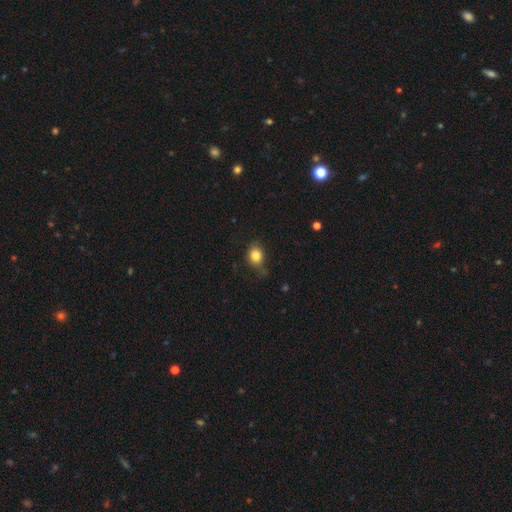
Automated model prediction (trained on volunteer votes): The model was most divided on "merging": none: 56%, minor disturbance: 31%, major disturbance: 11%, merger: 2%. More confident: smooth or featured — smooth (81%); how rounded — round (64%).